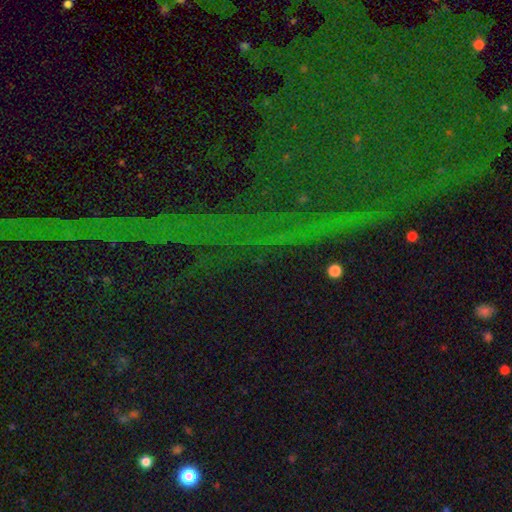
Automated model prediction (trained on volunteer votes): Smooth or featured? star or artifact (81%)